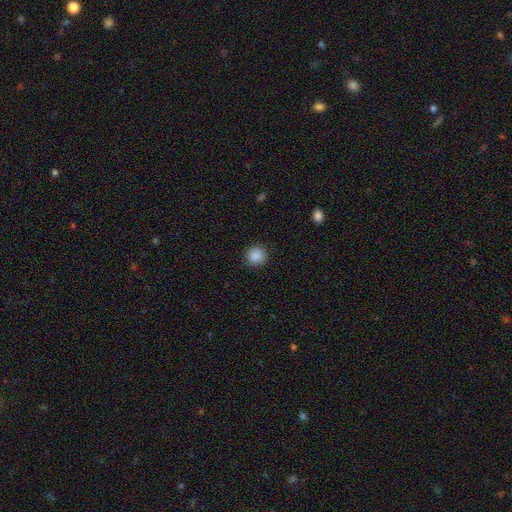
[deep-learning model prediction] Smooth or featured?
  - smooth: 88% *
  - star or artifact: 10%
  - featured or disk: 3%
How rounded?
  - round: 93% *
  - in between: 6%
  - cigar-shaped: 1%
Merging?
  - none: 91% *
  - minor disturbance: 6%
  - major disturbance: 2%
  - merger: 1%